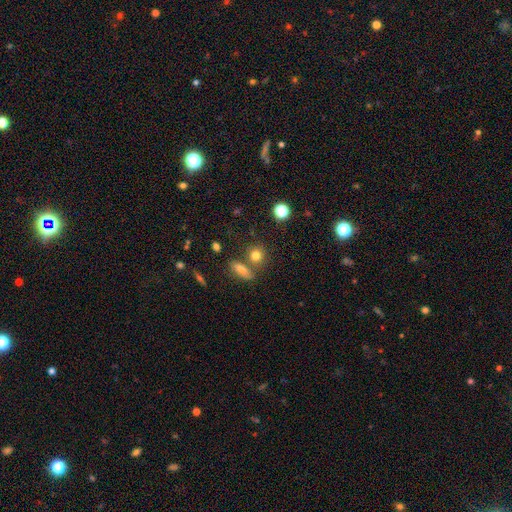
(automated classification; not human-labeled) Smooth or featured: smooth — 77% (star or artifact — 13%)
How rounded: round — 73% (in between — 23%)
Merging: none — 67% (merger — 19%)